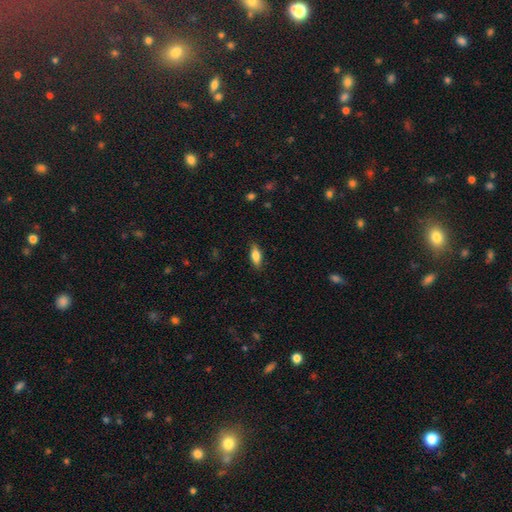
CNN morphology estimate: Smooth or featured? smooth (75%)
How rounded? in between (73%)
Merging? none (85%)